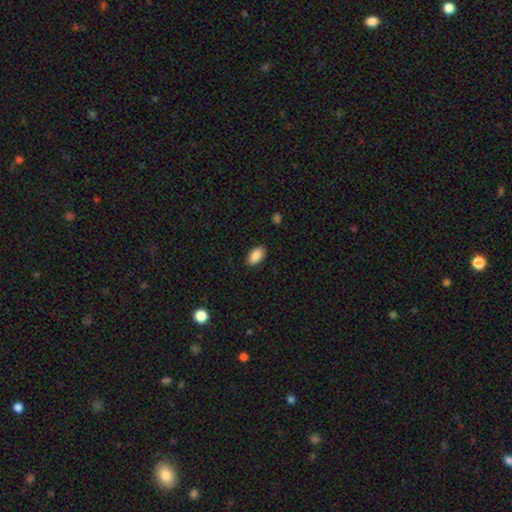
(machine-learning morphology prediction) smooth-or-featured: smooth: 88% | star or artifact: 7% | featured or disk: 5%
  how-rounded: in between: 93% | round: 4% | cigar-shaped: 2%
  merging: none: 88% | minor disturbance: 9% | major disturbance: 2% | merger: 1%